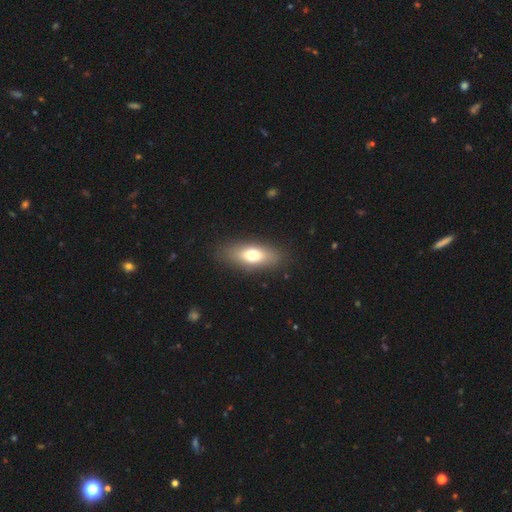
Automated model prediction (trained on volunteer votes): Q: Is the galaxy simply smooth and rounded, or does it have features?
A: smooth — 67%.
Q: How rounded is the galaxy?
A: in between — 70%.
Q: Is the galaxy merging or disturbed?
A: none — 87%.